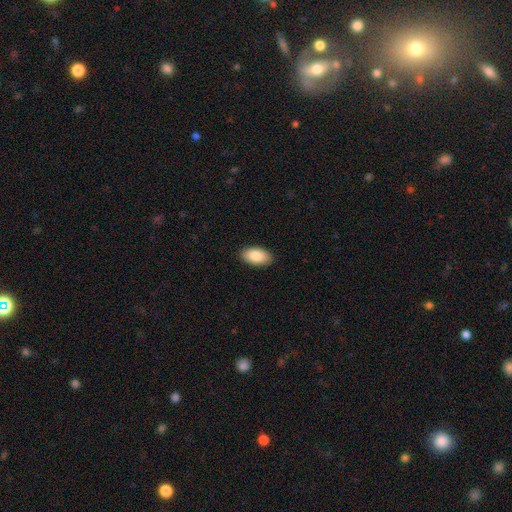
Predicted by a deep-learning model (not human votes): Smooth or featured: smooth — 87% (featured or disk — 7%)
How rounded: in between — 95% (round — 3%)
Merging: none — 89% (minor disturbance — 8%)